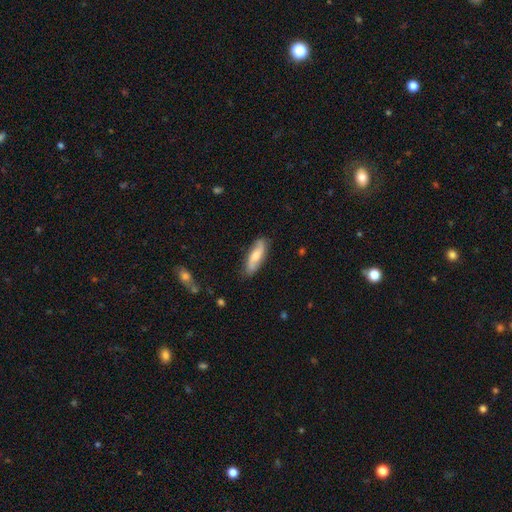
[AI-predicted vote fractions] Morphology: type=smooth (51%); roundness=in between (52%); merging=none (81%).